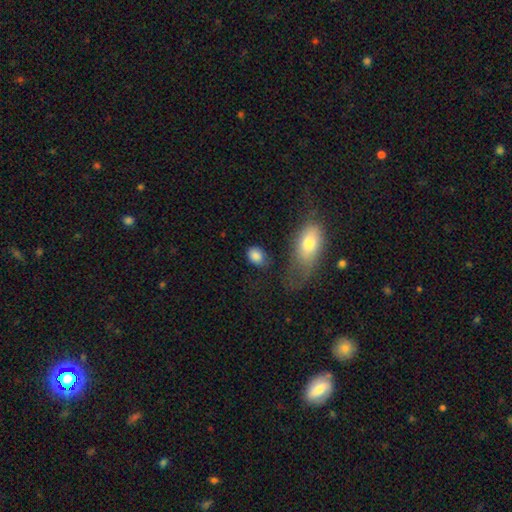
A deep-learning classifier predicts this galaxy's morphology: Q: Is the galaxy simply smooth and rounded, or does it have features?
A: smooth — 85%.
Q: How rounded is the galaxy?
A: in between — 65%.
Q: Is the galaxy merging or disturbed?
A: none — 69%.